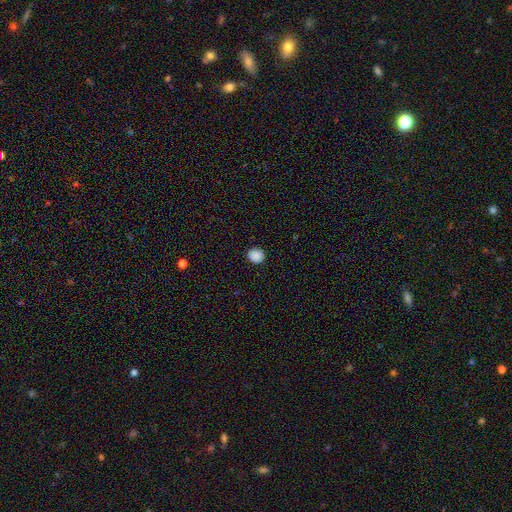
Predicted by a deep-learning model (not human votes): A smooth galaxy with no disk features (88%) that is round (87%). Merging: none (91%).